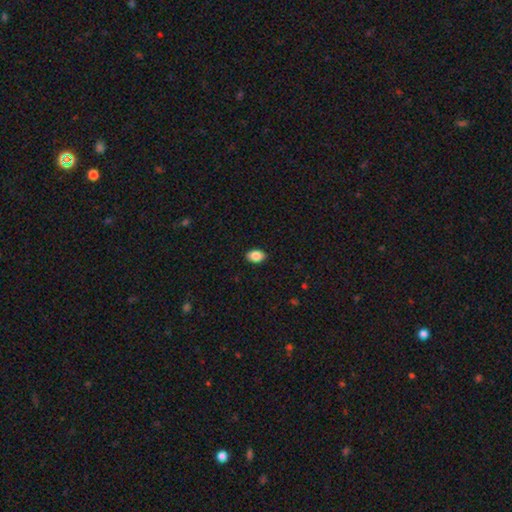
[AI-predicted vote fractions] Morphology: type=smooth (87%); roundness=in between (85%); merging=none (90%).